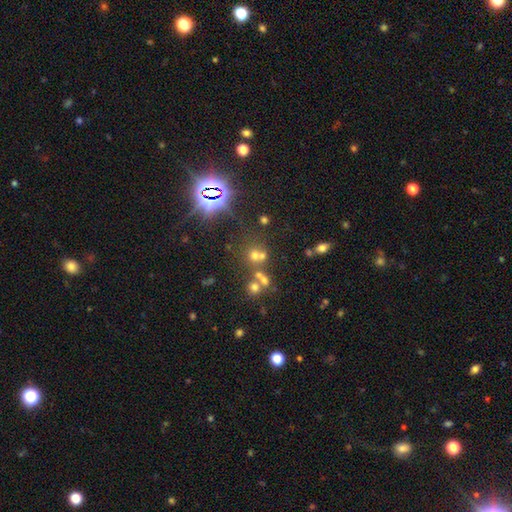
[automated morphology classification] The model was most divided on "smooth or featured": smooth: 47%, star or artifact: 37%, featured or disk: 16%. More confident: merging — none (51%).